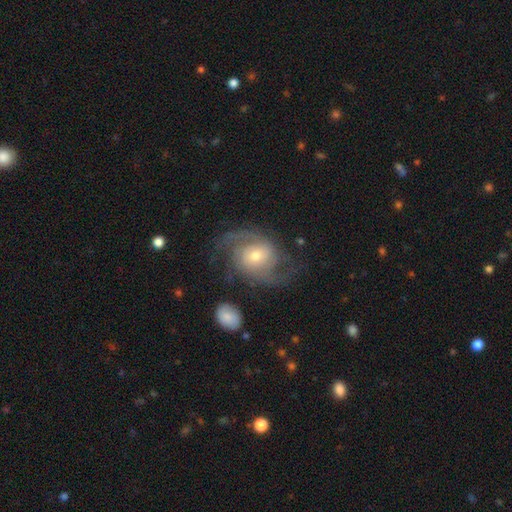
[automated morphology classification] This is clearly a featured or disk galaxy (87%). It is clearly not viewed edge-on (97%). Bar: possibly no (59%). Spiral arm pattern: clearly yes (96%). Spiral arm count: likely 2 (77%). Spiral winding: possibly medium (52%). Central bulge: possibly moderate (47%). Merging: likely none (67%).